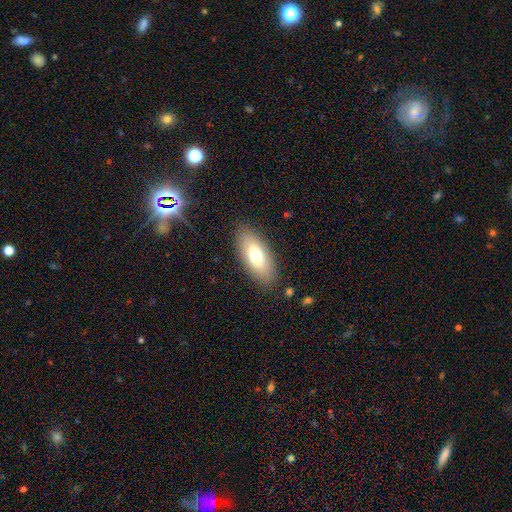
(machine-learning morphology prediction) Smooth or featured?
  - smooth: 70% *
  - featured or disk: 22%
  - star or artifact: 7%
How rounded?
  - in between: 85% *
  - cigar-shaped: 13%
  - round: 3%
Merging?
  - none: 85% *
  - minor disturbance: 10%
  - major disturbance: 3%
  - merger: 1%